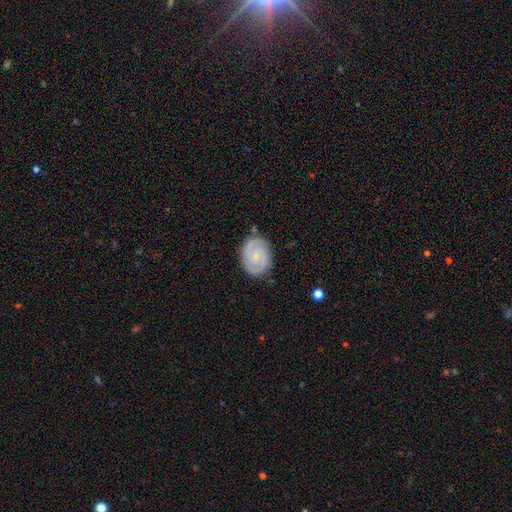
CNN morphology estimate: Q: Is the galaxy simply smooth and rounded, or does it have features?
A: featured or disk — 77%.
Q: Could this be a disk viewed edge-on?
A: no — 98%.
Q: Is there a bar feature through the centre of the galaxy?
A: no — 57%.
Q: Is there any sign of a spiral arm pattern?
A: yes — 94%.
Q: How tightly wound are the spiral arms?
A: tight — 55%.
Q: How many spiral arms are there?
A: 2 — 82%.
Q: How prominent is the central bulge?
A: small — 68%.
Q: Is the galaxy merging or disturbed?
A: none — 82%.